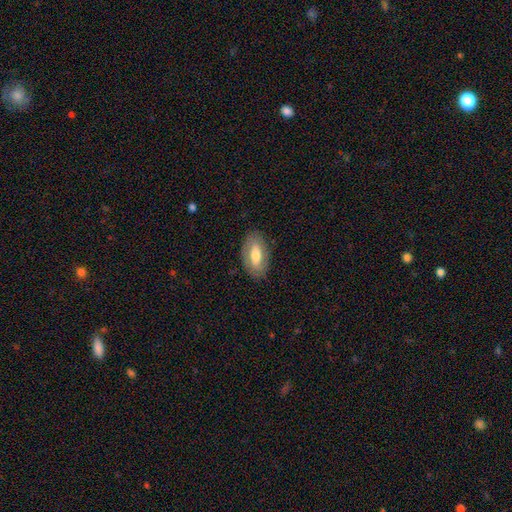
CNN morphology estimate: smooth-or-featured: smooth: 57% | featured or disk: 37% | star or artifact: 6%
  how-rounded: in between: 90% | cigar-shaped: 7% | round: 3%
  merging: none: 83% | minor disturbance: 12% | major disturbance: 4% | merger: 1%